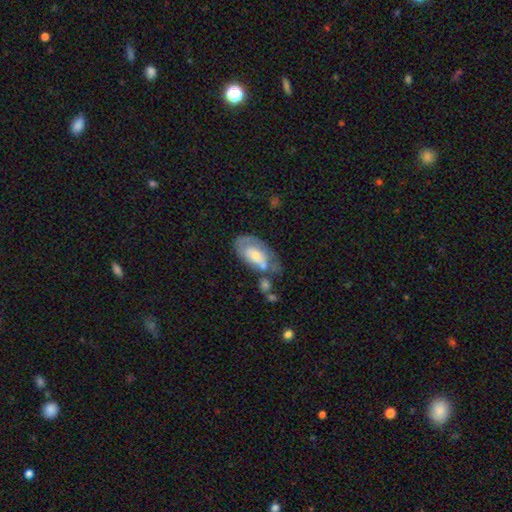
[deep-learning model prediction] A smooth galaxy with no disk features (48%).

Vote fractions:
- Smooth or featured? smooth: 48% / featured or disk: 46% / star or artifact: 6%
- Merging? none: 33% / minor disturbance: 28% / merger: 20% / major disturbance: 19%